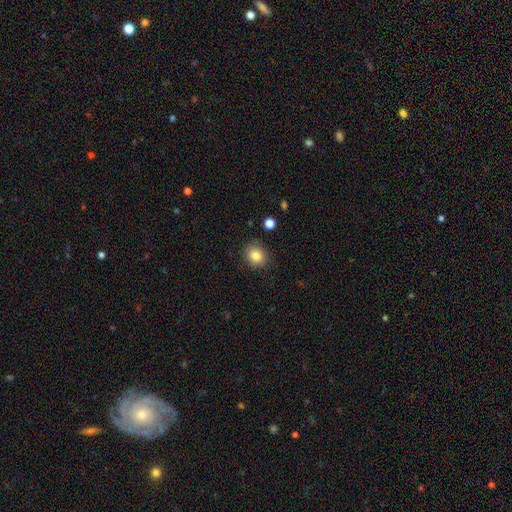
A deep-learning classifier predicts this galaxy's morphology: Q: Smooth or featured?
A: smooth (84%); runner-up: star or artifact (10%)
Q: How rounded?
A: round (67%); runner-up: in between (32%)
Q: Merging?
A: none (84%); runner-up: minor disturbance (11%)